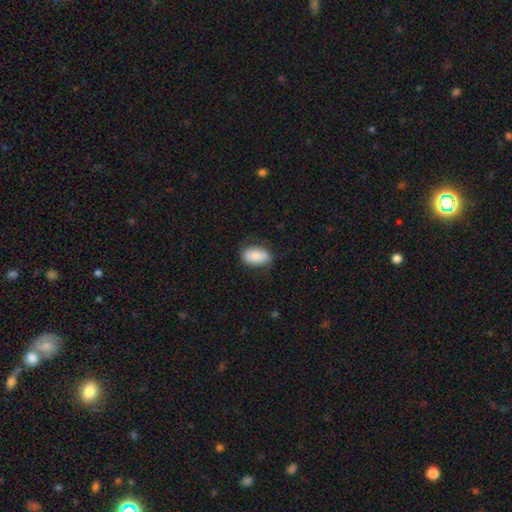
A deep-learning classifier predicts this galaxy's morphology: Overall: smooth (80%). How rounded: in between (91%). Merging: none (75%).